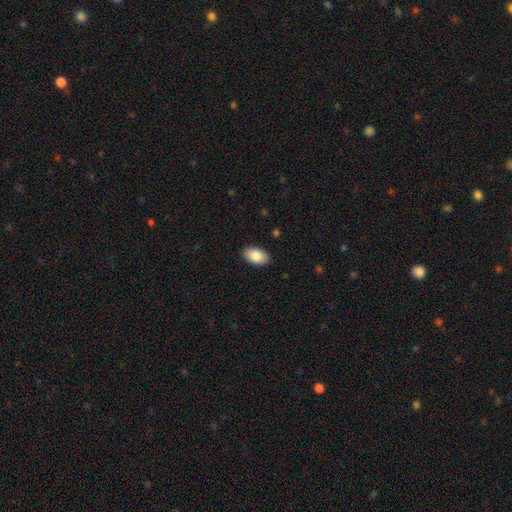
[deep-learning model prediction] smooth 85%, featured or disk 9%, star or artifact 6%. Down the decision tree: how rounded — in between (93%); merging — none (88%).